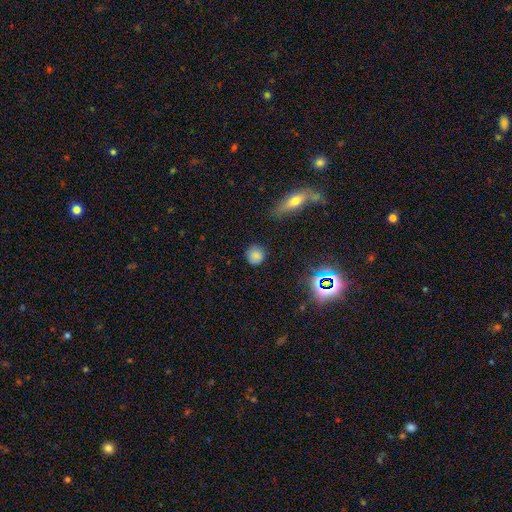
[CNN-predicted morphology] Smooth or featured: smooth — 79% (star or artifact — 15%)
How rounded: round — 91% (in between — 8%)
Merging: none — 84% (minor disturbance — 11%)